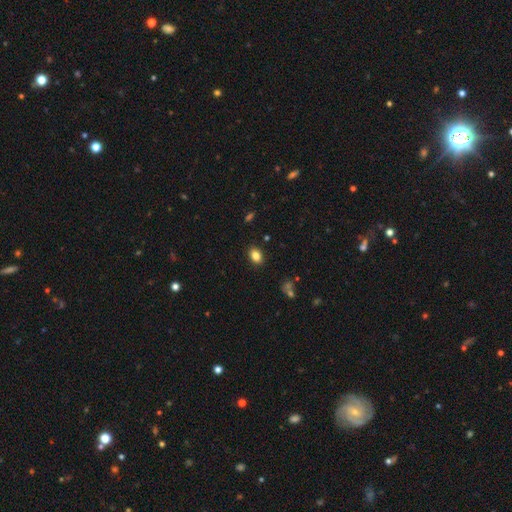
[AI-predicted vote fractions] smooth_or_featured: smooth (p=0.84) [alt: star or artifact p=0.10]
how_rounded: in between (p=0.77) [alt: round p=0.21]
merging: none (p=0.88) [alt: minor disturbance p=0.09]